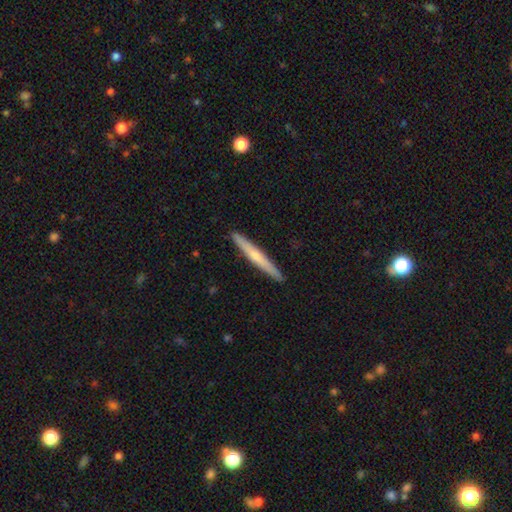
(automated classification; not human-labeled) featured or disk 48%, smooth 47%, star or artifact 5%. Down the decision tree: merging — none (92%).